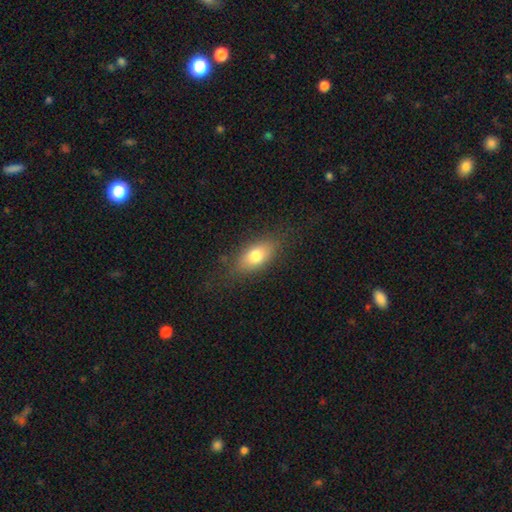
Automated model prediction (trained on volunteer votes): This is likely a smooth galaxy (76%). How rounded: clearly in between (84%). Merging: likely none (79%).